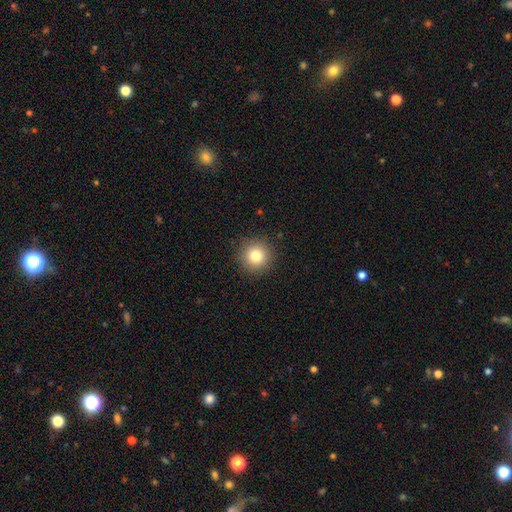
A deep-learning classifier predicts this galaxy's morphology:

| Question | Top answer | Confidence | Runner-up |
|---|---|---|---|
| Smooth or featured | smooth | 81% | star or artifact (11%) |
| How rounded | round | 95% | in between (4%) |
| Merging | none | 91% | minor disturbance (6%) |